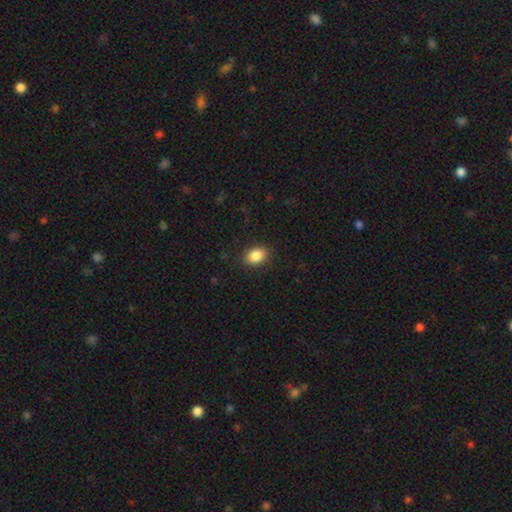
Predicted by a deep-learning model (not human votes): Smooth or featured?
  - smooth: 87% *
  - star or artifact: 8%
  - featured or disk: 5%
How rounded?
  - in between: 71% *
  - round: 28%
  - cigar-shaped: 1%
Merging?
  - none: 88% *
  - minor disturbance: 9%
  - major disturbance: 2%
  - merger: 1%